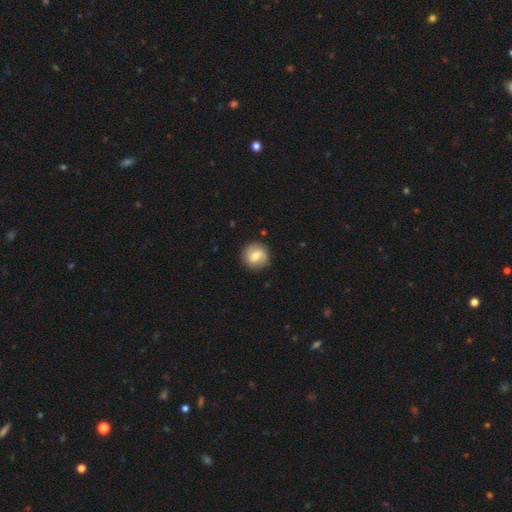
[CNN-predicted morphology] Smooth or featured?
  - smooth: 60% *
  - featured or disk: 33%
  - star or artifact: 7%
How rounded?
  - round: 87% *
  - in between: 12%
  - cigar-shaped: 1%
Merging?
  - none: 85% *
  - minor disturbance: 10%
  - major disturbance: 3%
  - merger: 2%